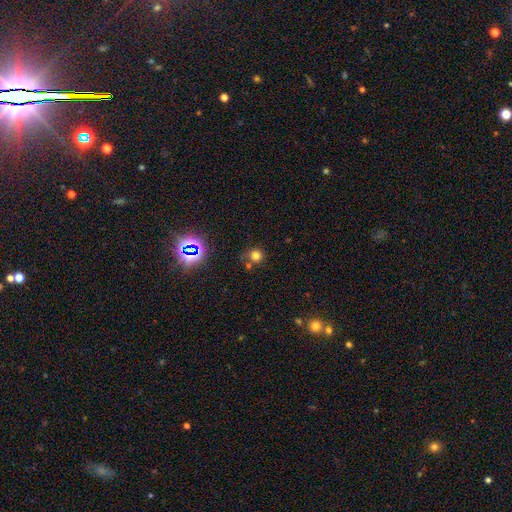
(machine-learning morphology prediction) Smooth or featured: smooth — 70% (star or artifact — 22%)
How rounded: round — 88% (in between — 11%)
Merging: none — 64% (merger — 16%)